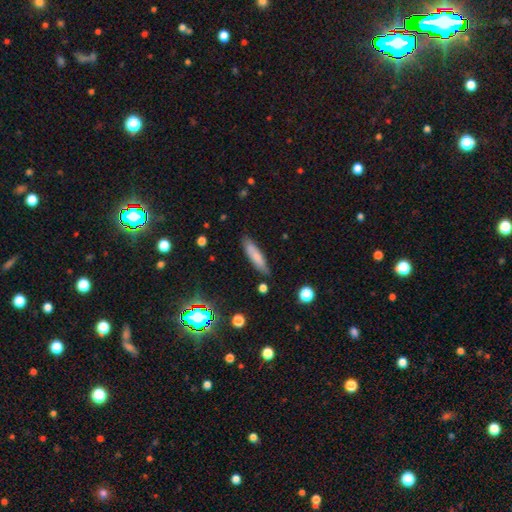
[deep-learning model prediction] smooth-or-featured: smooth: 73% | featured or disk: 19% | star or artifact: 8%
  how-rounded: cigar-shaped: 73% | in between: 25% | round: 2%
  merging: none: 81% | minor disturbance: 14% | major disturbance: 3% | merger: 2%